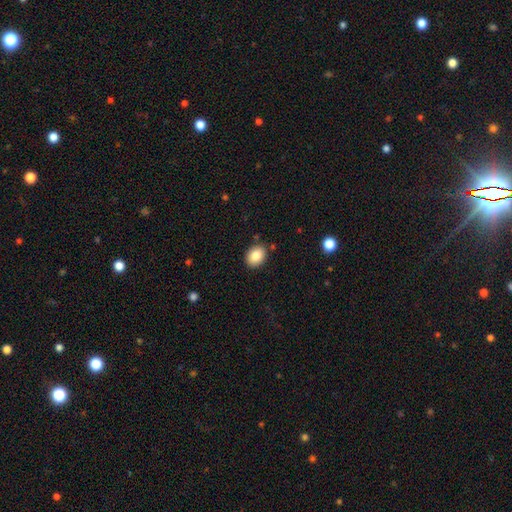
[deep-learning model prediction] This appears to be a smooth galaxy with no disk features (84%) that is in between round and cigar-shaped (63%). Merging: none (87%).